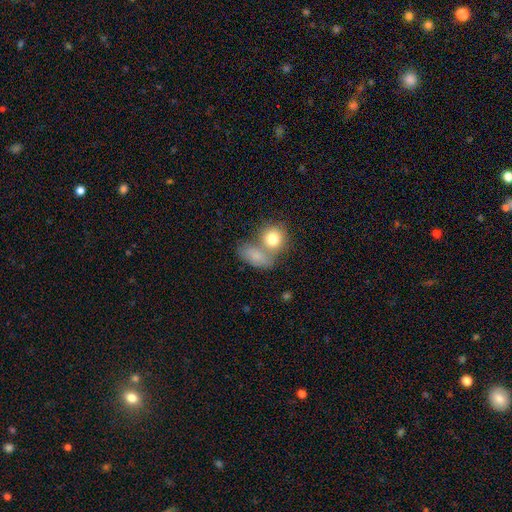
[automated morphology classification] Q: Smooth or featured?
A: smooth (80%); runner-up: featured or disk (12%)
Q: How rounded?
A: in between (74%); runner-up: round (23%)
Q: Merging?
A: merger (48%); runner-up: none (34%)